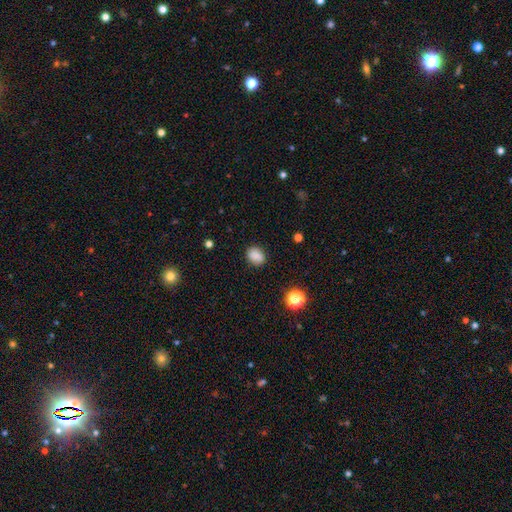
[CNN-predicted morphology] Smooth or featured?
  - smooth: 85% *
  - star or artifact: 11%
  - featured or disk: 5%
How rounded?
  - in between: 54% *
  - round: 45%
  - cigar-shaped: 1%
Merging?
  - none: 83% *
  - minor disturbance: 12%
  - major disturbance: 3%
  - merger: 2%